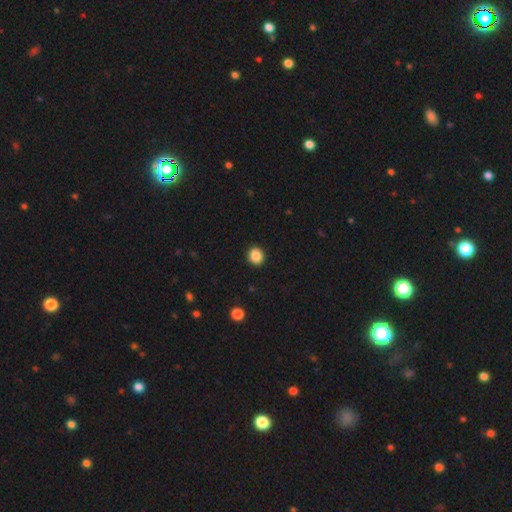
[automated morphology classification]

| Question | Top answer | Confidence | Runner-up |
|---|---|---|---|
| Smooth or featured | smooth | 87% | star or artifact (10%) |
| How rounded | round | 83% | in between (16%) |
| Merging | none | 92% | minor disturbance (5%) |